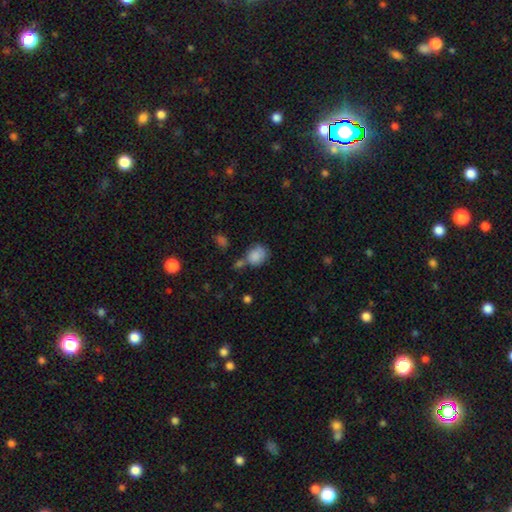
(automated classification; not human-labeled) This is clearly a smooth galaxy (85%). How rounded: possibly round (57%). Merging: possibly none (52%).